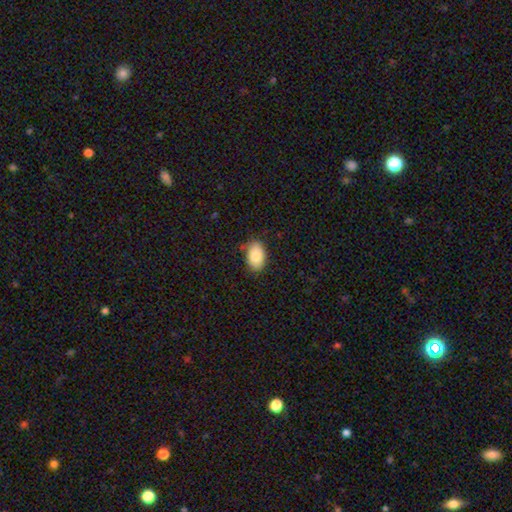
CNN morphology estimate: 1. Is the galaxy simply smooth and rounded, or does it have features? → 86% smooth, 7% featured or disk, 7% star or artifact.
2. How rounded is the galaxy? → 91% in between, 8% round, 1% cigar-shaped.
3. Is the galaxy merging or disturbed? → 79% none, 17% minor disturbance, 3% major disturbance, 1% merger.